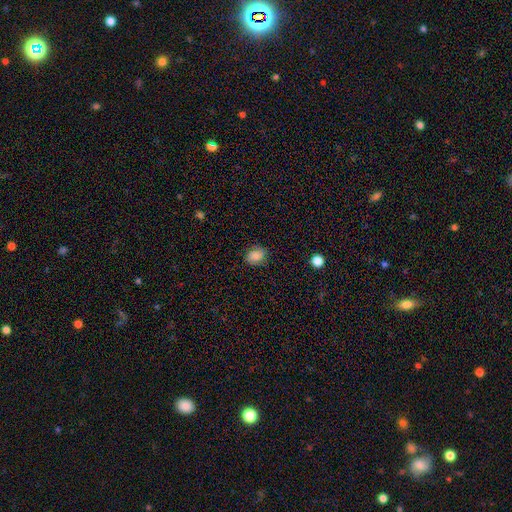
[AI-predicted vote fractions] This appears to be a smooth galaxy with no disk features (80%) that is in between round and cigar-shaped (51%). Merging: none (80%).